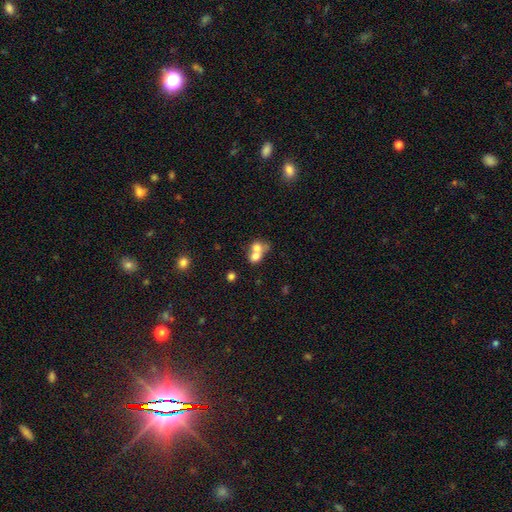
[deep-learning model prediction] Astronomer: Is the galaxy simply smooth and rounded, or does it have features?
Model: smooth — 68%.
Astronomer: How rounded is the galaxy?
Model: round — 61% (runner-up: in between, 38%).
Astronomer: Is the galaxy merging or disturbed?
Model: merger — 73%.